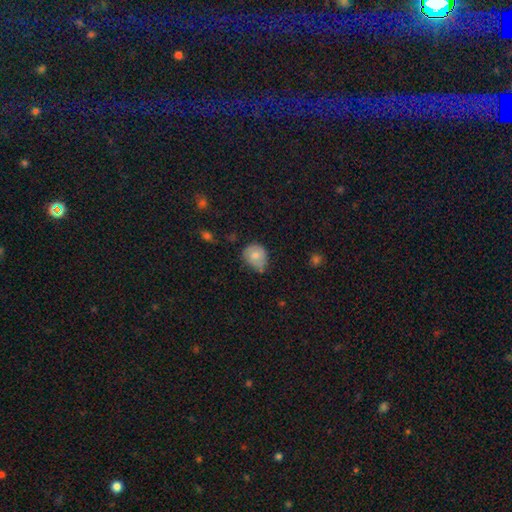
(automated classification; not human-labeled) smooth-or-featured: smooth: 75% | featured or disk: 16% | star or artifact: 9%
  how-rounded: round: 65% | in between: 34% | cigar-shaped: 1%
  merging: none: 48% | minor disturbance: 40% | major disturbance: 8% | merger: 4%